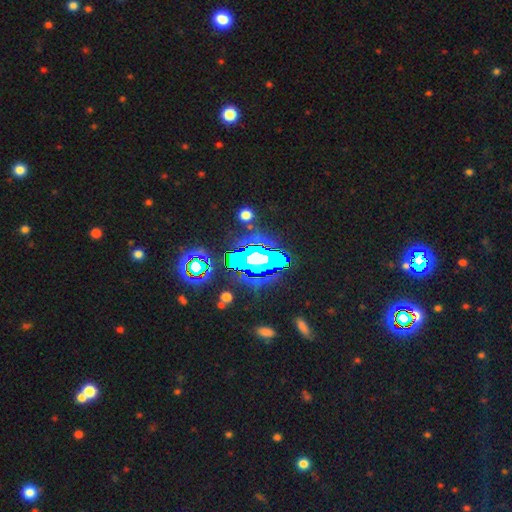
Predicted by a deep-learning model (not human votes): Morphology: type=star or artifact (58%).